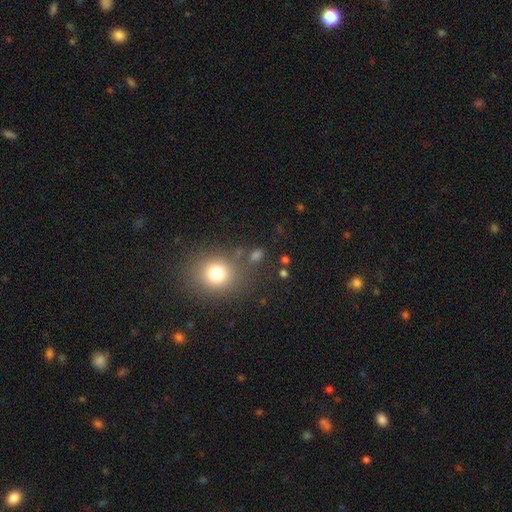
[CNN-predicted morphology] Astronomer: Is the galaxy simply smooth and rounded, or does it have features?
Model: smooth — 69%.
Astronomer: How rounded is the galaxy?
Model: round — 68%.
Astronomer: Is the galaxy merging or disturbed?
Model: none — 76%.